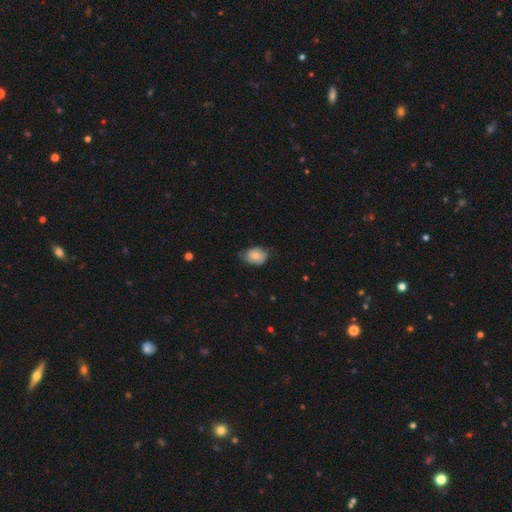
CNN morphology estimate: smooth 72%, featured or disk 21%, star or artifact 7%. Down the decision tree: how rounded — in between (68%); merging — none (57%).